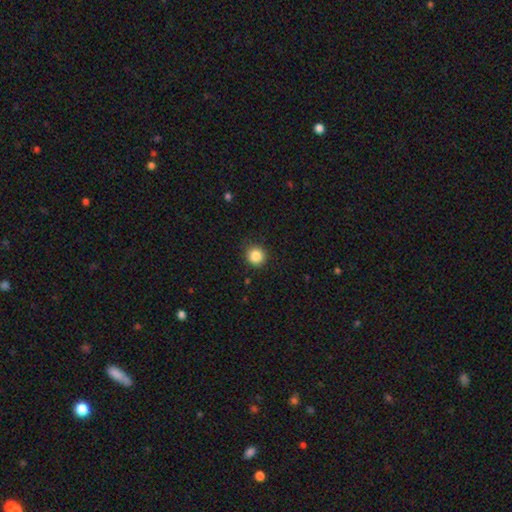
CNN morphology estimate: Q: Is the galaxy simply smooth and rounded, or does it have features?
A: smooth — 87%.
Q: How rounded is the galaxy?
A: round — 92%.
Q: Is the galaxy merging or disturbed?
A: none — 87%.